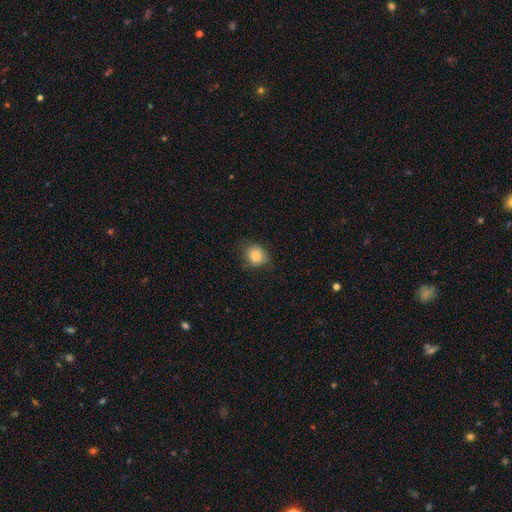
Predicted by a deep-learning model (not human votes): Morphology: type=smooth (85%); roundness=round (68%); merging=none (70%).